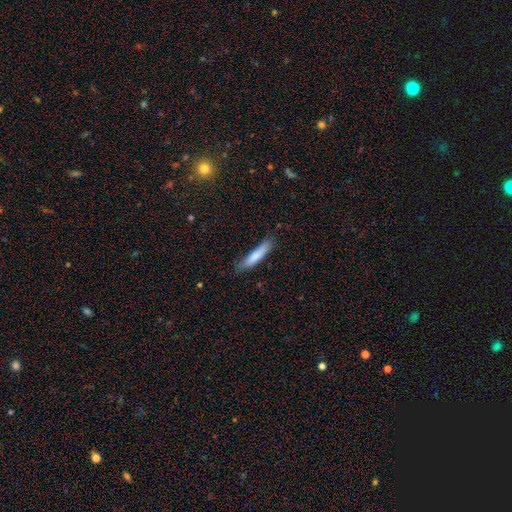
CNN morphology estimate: smooth-or-featured: smooth: 78% | featured or disk: 17% | star or artifact: 6%
  how-rounded: cigar-shaped: 87% | in between: 12% | round: 1%
  merging: none: 78% | minor disturbance: 17% | major disturbance: 3% | merger: 1%